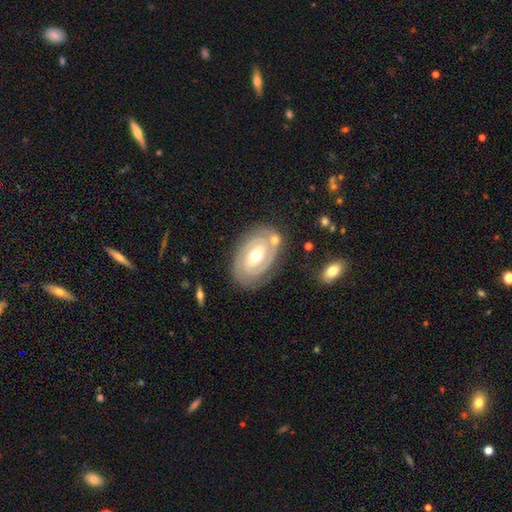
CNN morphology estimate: Smooth or featured?
  - featured or disk: 84% *
  - smooth: 12%
  - star or artifact: 5%
Edge-on disk?
  - no: 95% *
  - yes: 5%
Bar?
  - weak: 40% *
  - no: 38%
  - strong: 22%
Spiral arms?
  - yes: 91% *
  - no: 9%
Spiral winding?
  - tight: 75% *
  - medium: 21%
  - loose: 5%
Spiral arm count?
  - 2: 71% *
  - can't tell: 15%
  - 3: 7%
  - 1: 4%
  - 4: 2%
  - more than 4: 2%
Bulge size?
  - moderate: 71% *
  - small: 21%
  - large: 6%
  - dominant: 1%
  - none: 1%
Merging?
  - none: 77% *
  - minor disturbance: 14%
  - merger: 5%
  - major disturbance: 4%